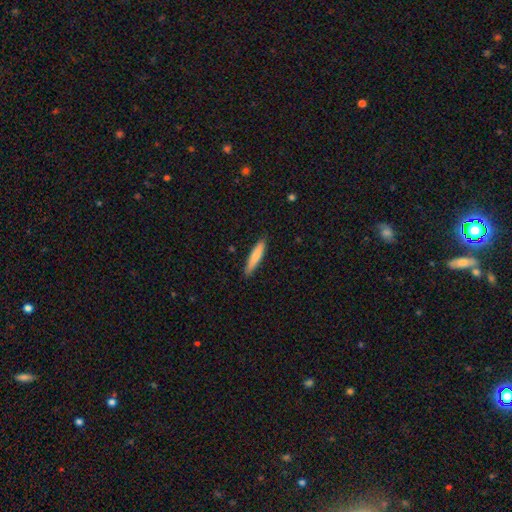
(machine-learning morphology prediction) Smooth or featured? smooth (80%)
How rounded? cigar-shaped (88%)
Merging? none (86%)